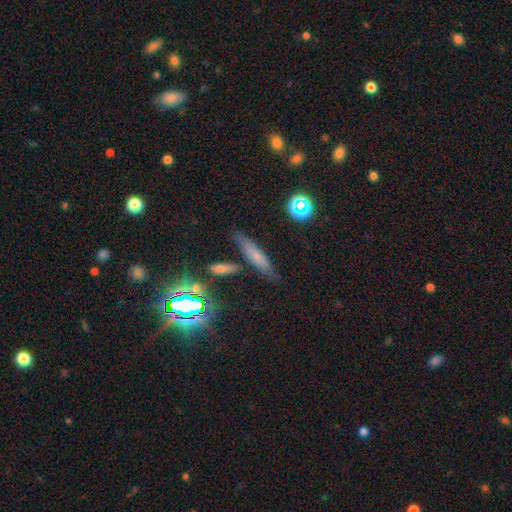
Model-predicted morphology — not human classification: The model was most divided on "smooth or featured": smooth: 57%, featured or disk: 26%, star or artifact: 17%. More confident: how rounded — cigar-shaped (75%); merging — none (74%).